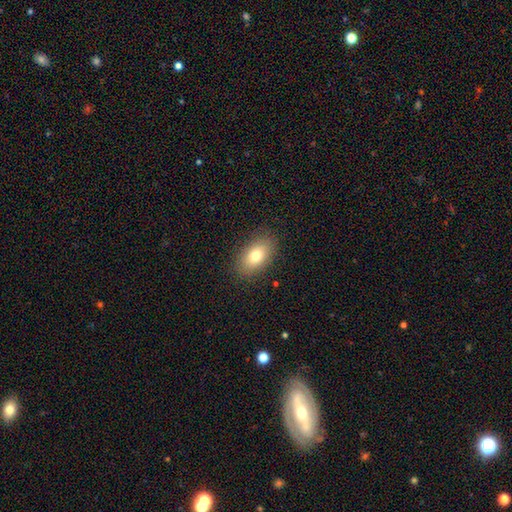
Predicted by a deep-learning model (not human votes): This is likely a smooth galaxy (77%). How rounded: clearly in between (89%). Merging: clearly none (87%).